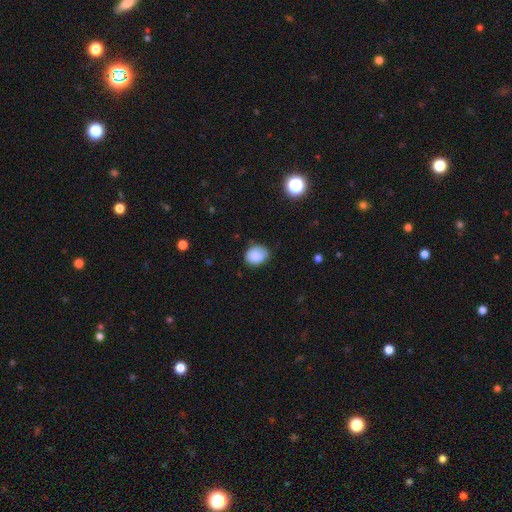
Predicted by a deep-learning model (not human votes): Morphology: type=smooth (86%); roundness=round (50%, tied with in between); merging=none (67%).